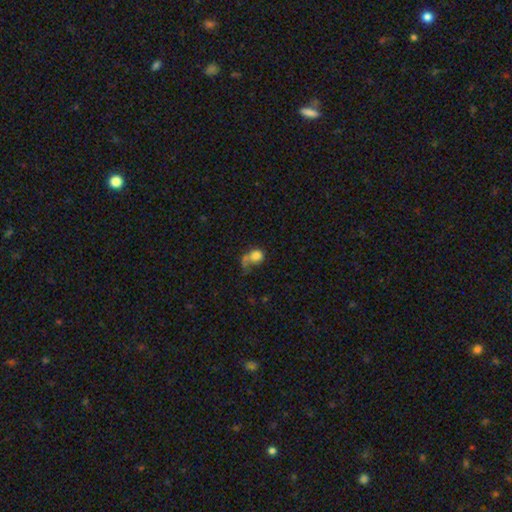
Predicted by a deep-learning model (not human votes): Smooth or featured: smooth — 75% (featured or disk — 15%)
How rounded: round — 69% (in between — 30%)
Merging: none — 28% (tied with major disturbance — 28%)